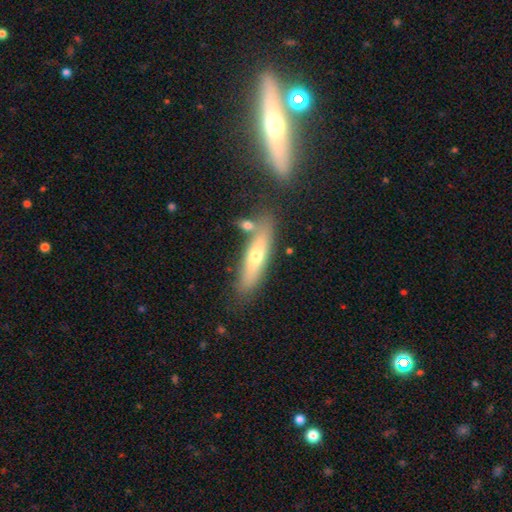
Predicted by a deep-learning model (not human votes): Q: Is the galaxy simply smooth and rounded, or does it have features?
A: smooth — 52%.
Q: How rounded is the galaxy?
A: cigar-shaped — 75%.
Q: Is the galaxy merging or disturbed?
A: none — 73%.